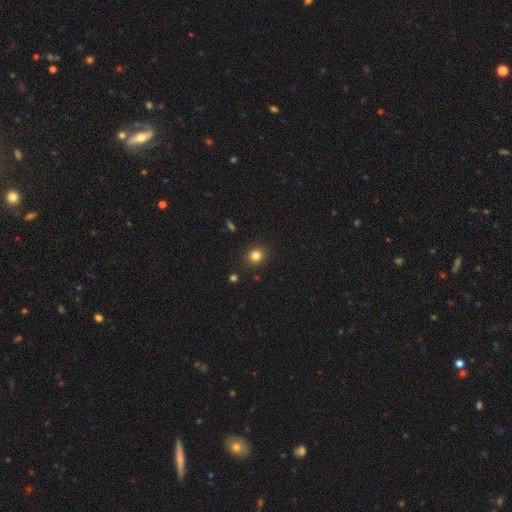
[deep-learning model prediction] smooth 82%, star or artifact 13%, featured or disk 5%. Down the decision tree: how rounded — round (89%); merging — none (91%).